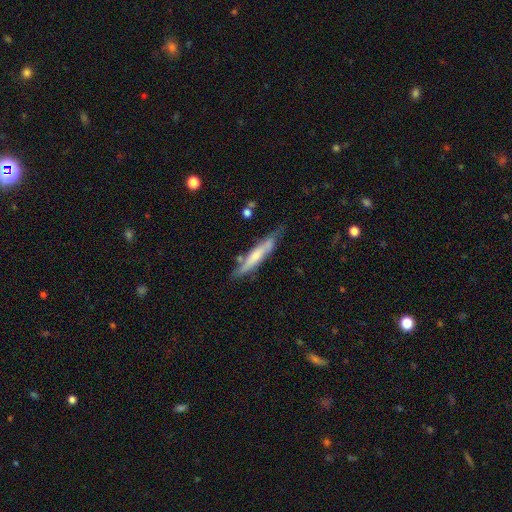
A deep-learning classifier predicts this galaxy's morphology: A featured or disk galaxy (49%). Merging: none (61%).